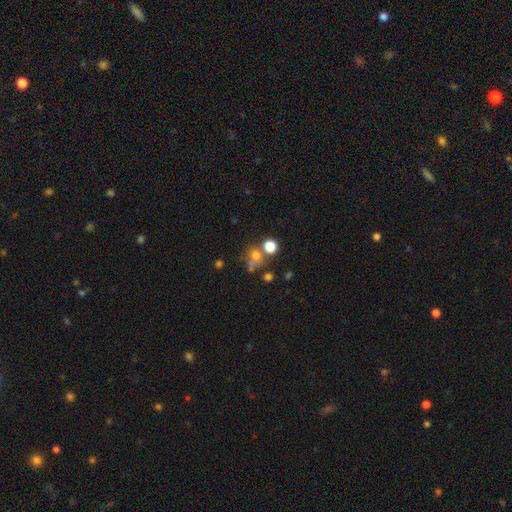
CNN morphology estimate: type=smooth (67%); roundness=round (81%); merging=none (50%).